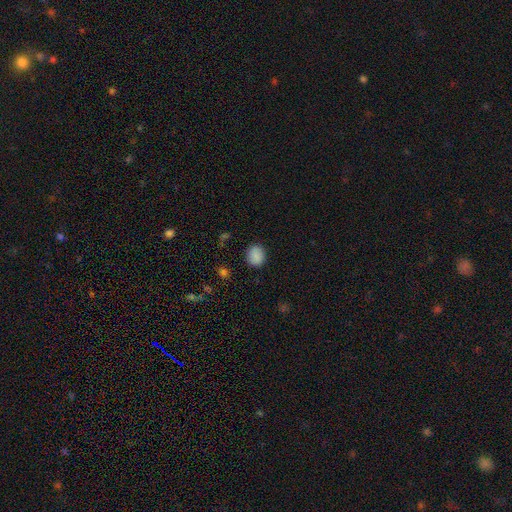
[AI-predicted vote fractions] A smooth galaxy with no disk features (87%) that is round (64%). Merging: none (86%).